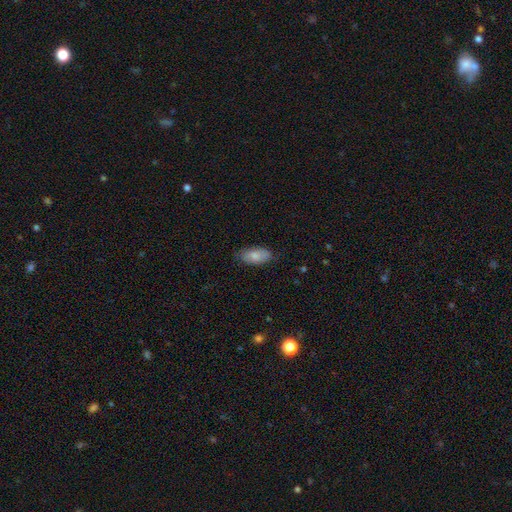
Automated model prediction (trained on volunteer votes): smooth-or-featured: smooth: 78% | featured or disk: 16% | star or artifact: 6%
  how-rounded: in between: 92% | cigar-shaped: 6% | round: 3%
  merging: none: 78% | minor disturbance: 18% | major disturbance: 3% | merger: 1%